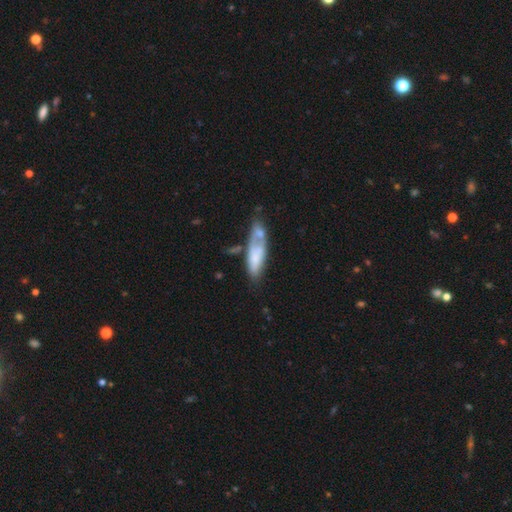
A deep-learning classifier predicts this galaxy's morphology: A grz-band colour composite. It shows a smooth galaxy with no disk features (59%) that is in between round and cigar-shaped (53%). Merging: none (32%).